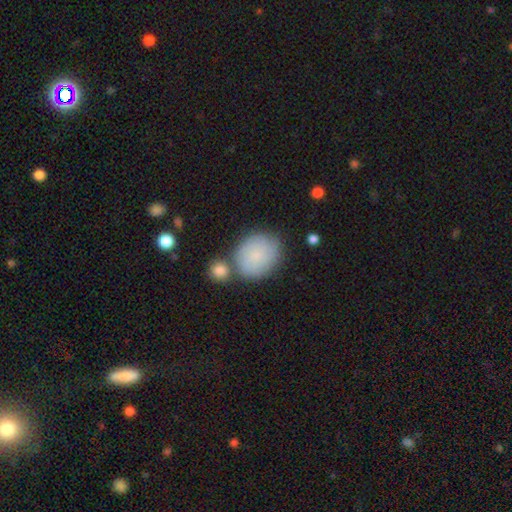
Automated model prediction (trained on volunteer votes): Smooth or featured? smooth (77%)
How rounded? round (58%)
Merging? none (63%)